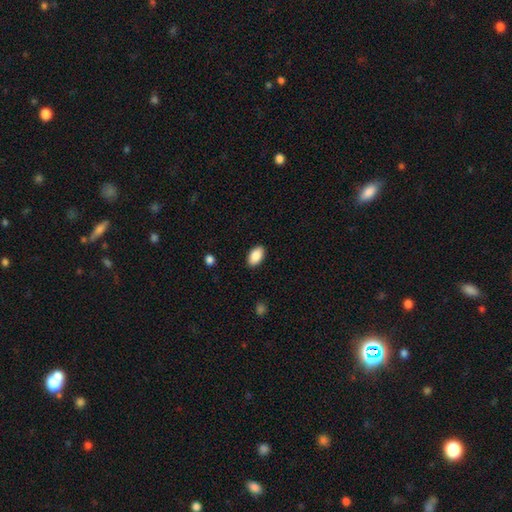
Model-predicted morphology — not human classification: This is clearly a smooth galaxy (88%). How rounded: clearly in between (93%). Merging: clearly none (89%).